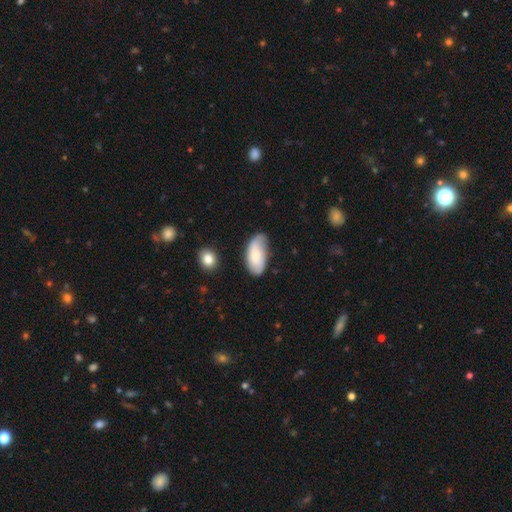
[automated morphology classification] smooth 71%, featured or disk 23%, star or artifact 7%. Down the decision tree: how rounded — in between (94%); merging — none (62%).